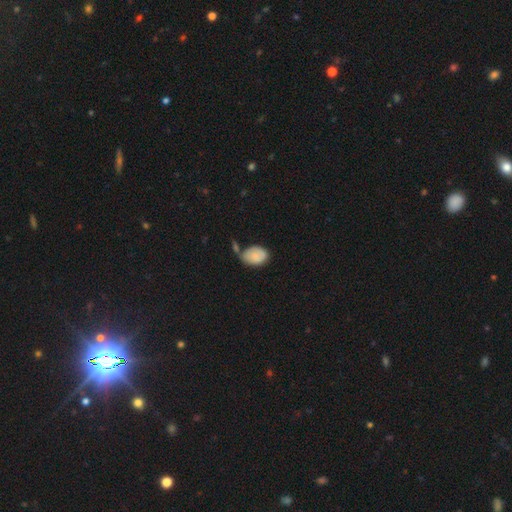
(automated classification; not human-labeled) Overall: smooth (85%). How rounded: in between (84%). Merging: none (44%; minor disturbance 26%).